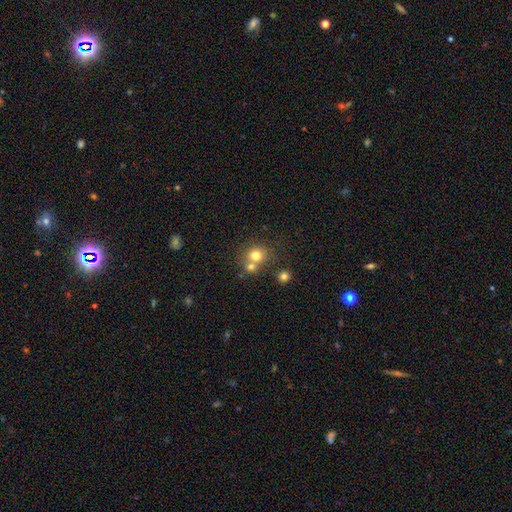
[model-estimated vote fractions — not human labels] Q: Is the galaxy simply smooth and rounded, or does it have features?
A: smooth — 74%.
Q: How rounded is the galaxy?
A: round — 81%.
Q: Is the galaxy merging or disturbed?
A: none — 52%.